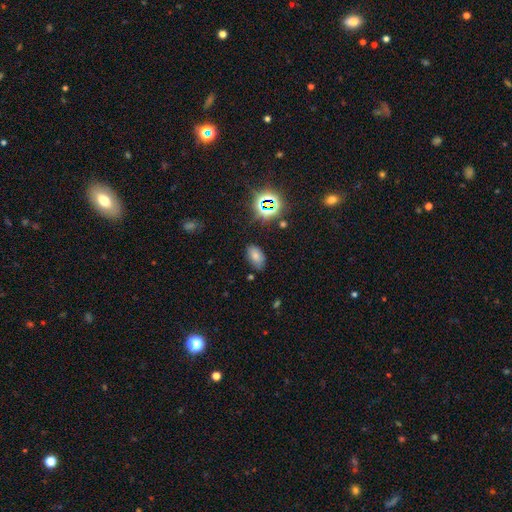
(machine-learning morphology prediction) The model was most divided on "smooth or featured": smooth: 69%, star or artifact: 21%, featured or disk: 11%. More confident: how rounded — in between (92%); merging — none (77%).